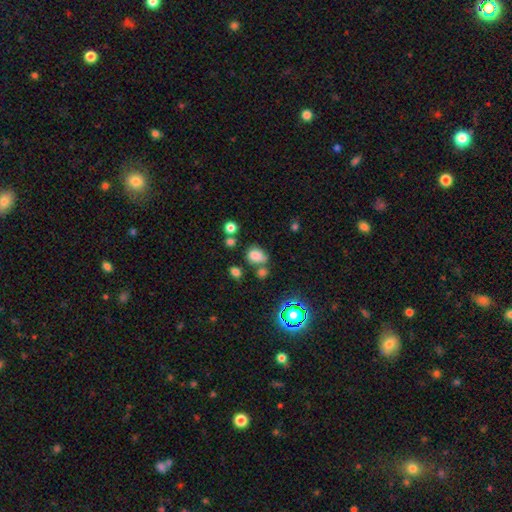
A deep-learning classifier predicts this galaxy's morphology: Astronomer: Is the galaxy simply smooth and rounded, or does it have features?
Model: smooth — 74%.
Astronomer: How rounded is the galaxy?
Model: in between — 60% (runner-up: round, 39%).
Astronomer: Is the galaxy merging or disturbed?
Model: none — 51%.